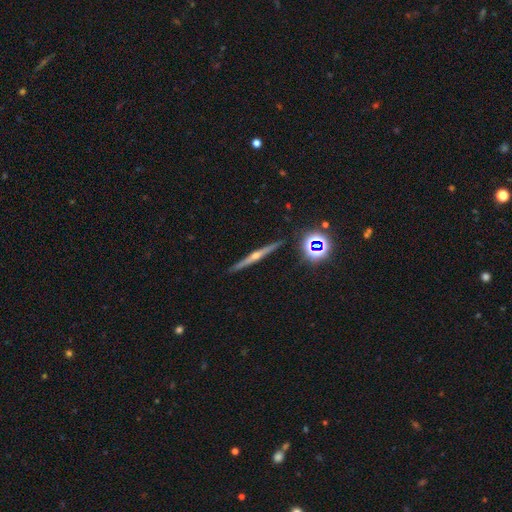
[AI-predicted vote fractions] Smooth or featured?
  - featured or disk: 72% *
  - smooth: 16%
  - star or artifact: 12%
Edge-on disk?
  - yes: 98% *
  - no: 2%
Edge-on bulge?
  - rounded: 87% *
  - none: 9%
  - boxy: 4%
Merging?
  - none: 91% *
  - minor disturbance: 6%
  - major disturbance: 1%
  - merger: 1%